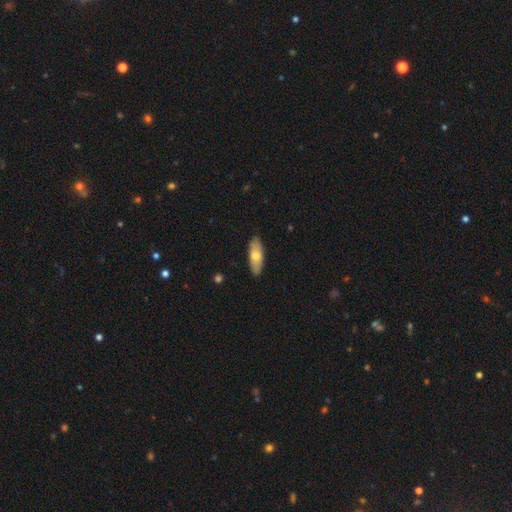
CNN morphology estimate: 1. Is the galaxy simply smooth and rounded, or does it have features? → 69% smooth, 25% featured or disk, 6% star or artifact.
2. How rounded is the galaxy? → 68% in between, 30% cigar-shaped, 2% round.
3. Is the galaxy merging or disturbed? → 87% none, 10% minor disturbance, 2% major disturbance, 1% merger.